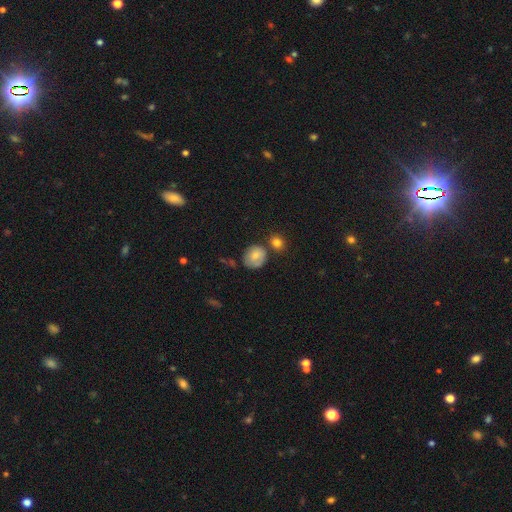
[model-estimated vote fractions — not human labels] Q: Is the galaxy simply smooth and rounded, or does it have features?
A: smooth — 73%.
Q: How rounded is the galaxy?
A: round — 76%.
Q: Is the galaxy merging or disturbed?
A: none — 58%.